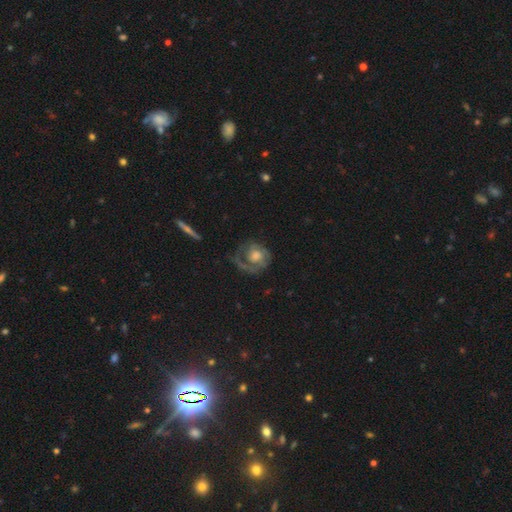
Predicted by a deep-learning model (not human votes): This is likely a featured or disk galaxy (65%). It is clearly not viewed edge-on (96%). Bar: likely no (78%). Spiral arm pattern: likely yes (75%). Central bulge: possibly moderate (47%). Merging: possibly none (51%).